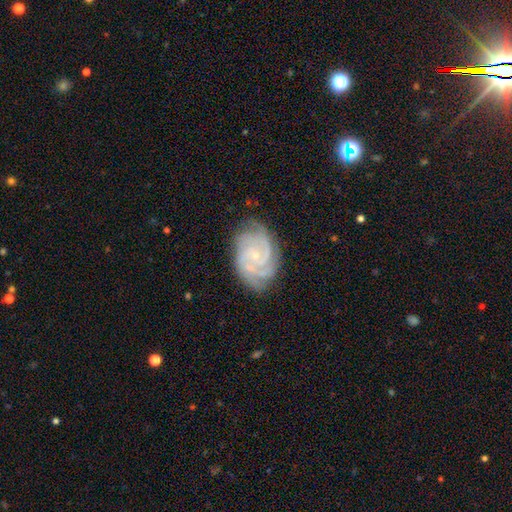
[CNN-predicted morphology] Overall: featured or disk (87%). Edge-on disk: no (97%). Bar: no (68%). Spiral arms: yes (98%). Spiral arm count: 3 (33%; 2 21%). Spiral winding: tight (69%). Bulge size: small (82%). Merging: none (76%).